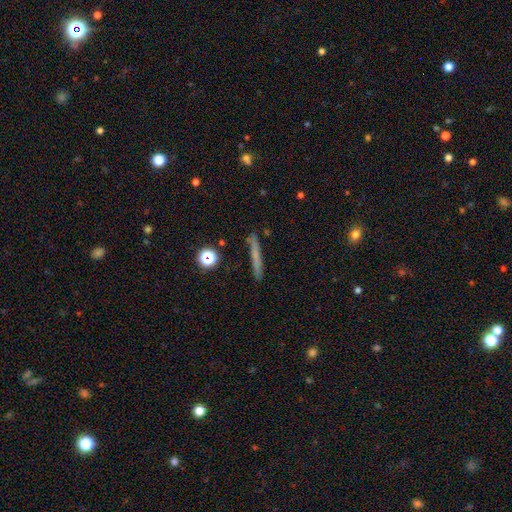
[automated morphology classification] type=smooth (59%); roundness=cigar-shaped (92%); merging=none (86%).